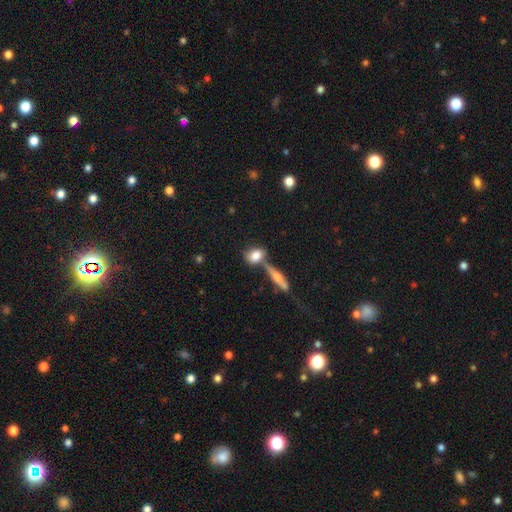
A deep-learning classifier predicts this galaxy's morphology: Smooth or featured: smooth — 77% (featured or disk — 14%)
How rounded: in between — 64% (round — 28%)
Merging: none — 46% (merger — 35%)